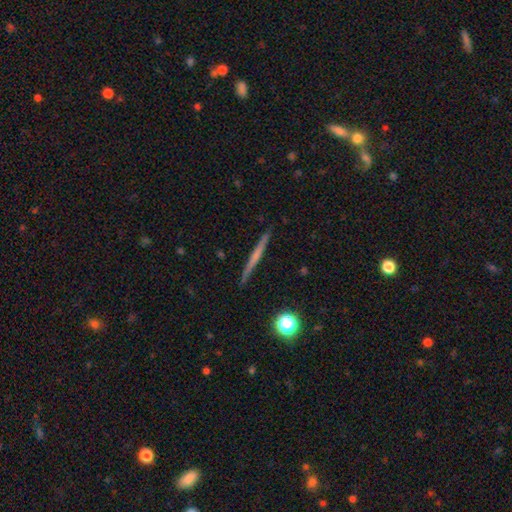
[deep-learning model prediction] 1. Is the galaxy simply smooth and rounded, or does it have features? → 54% featured or disk, 38% smooth, 8% star or artifact.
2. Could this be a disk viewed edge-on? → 98% yes, 2% no.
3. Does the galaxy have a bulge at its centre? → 76% none, 18% rounded, 6% boxy.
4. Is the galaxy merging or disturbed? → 91% none, 6% minor disturbance, 1% major disturbance, 1% merger.